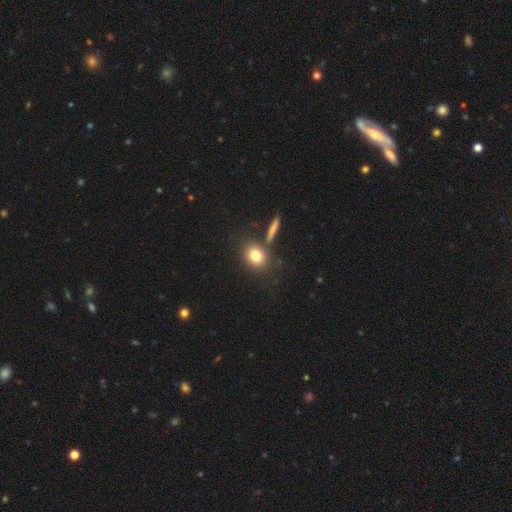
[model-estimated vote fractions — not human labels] Q: Smooth or featured?
A: smooth (79%); runner-up: featured or disk (11%)
Q: How rounded?
A: round (58%); runner-up: in between (40%)
Q: Merging?
A: none (71%); runner-up: merger (13%)